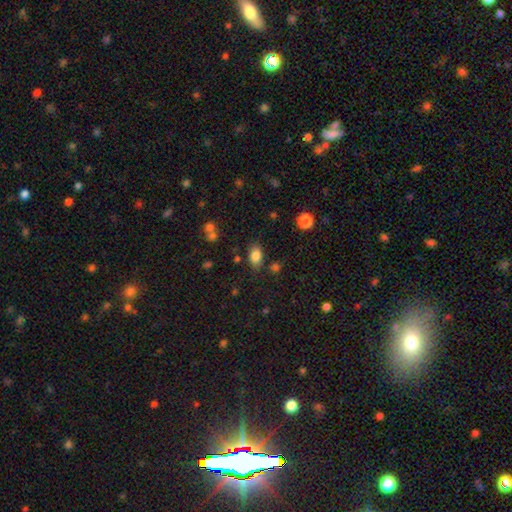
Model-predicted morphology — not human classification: This appears to be a smooth galaxy with no disk features (84%) that is in between round and cigar-shaped (87%). Merging: none (80%).